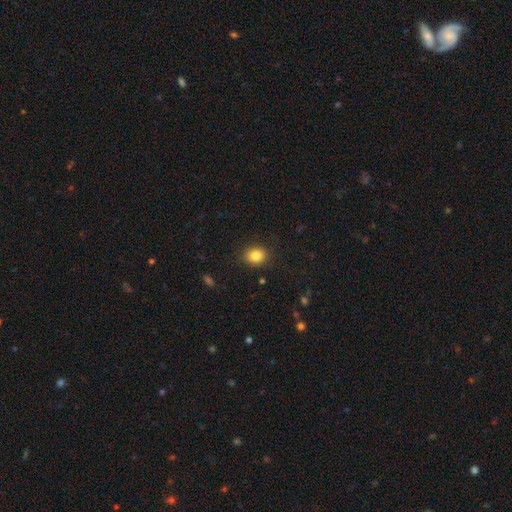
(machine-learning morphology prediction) A smooth galaxy with no disk features (84%) that is round (54%).

Vote fractions:
- Smooth or featured? smooth: 84% / star or artifact: 10% / featured or disk: 6%
- How rounded? round: 54% / in between: 45% / cigar-shaped: 1%
- Merging? none: 87% / minor disturbance: 9% / major disturbance: 3% / merger: 1%